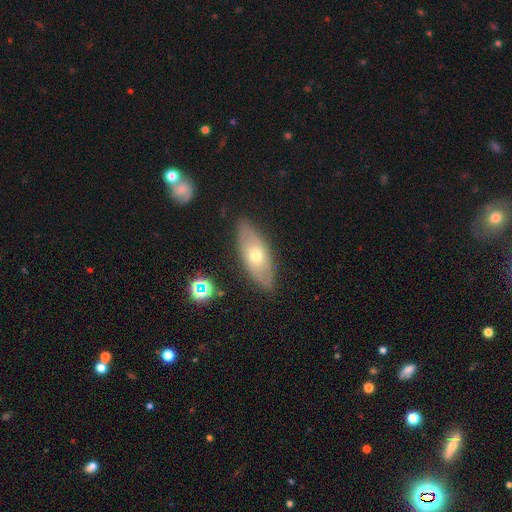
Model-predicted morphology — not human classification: Overall: smooth (47%; featured or disk 46%). Merging: none (83%).